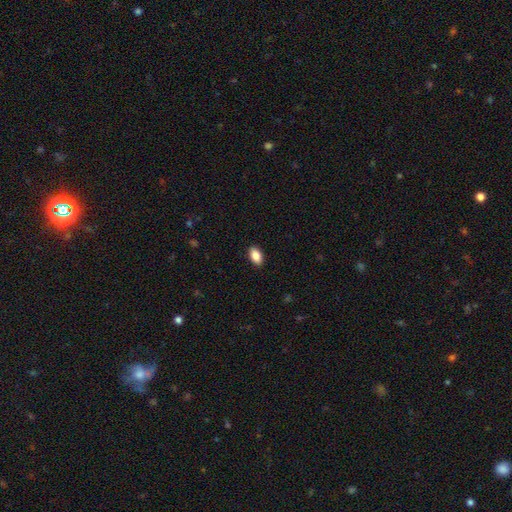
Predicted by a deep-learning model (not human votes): A smooth galaxy with no disk features (88%) that is in between round and cigar-shaped (93%). Merging: none (90%).